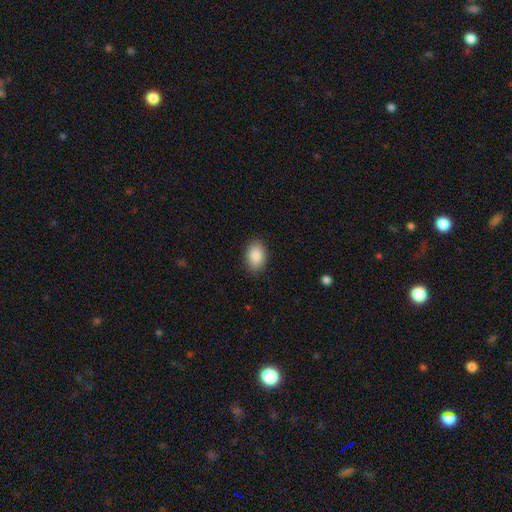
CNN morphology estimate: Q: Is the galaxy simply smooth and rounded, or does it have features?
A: smooth — 87%.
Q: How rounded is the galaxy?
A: in between — 84%.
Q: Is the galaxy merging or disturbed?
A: none — 88%.